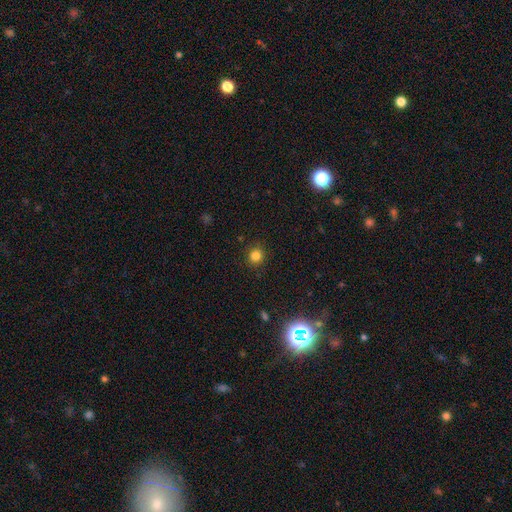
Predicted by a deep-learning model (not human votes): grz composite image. It shows a smooth galaxy with no disk features (82%) that is round (91%). Merging: none (90%).